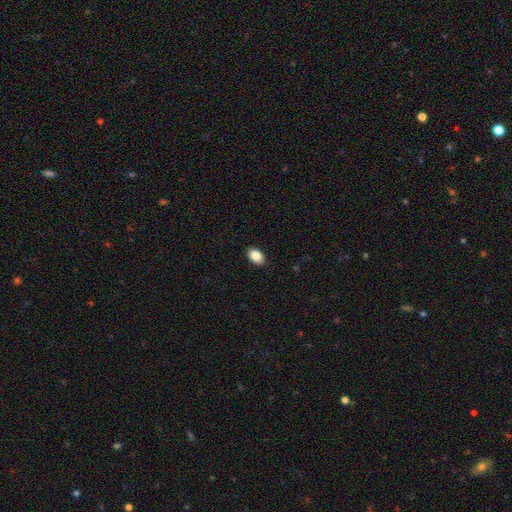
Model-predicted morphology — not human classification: Smooth or featured? smooth (88%)
How rounded? in between (87%)
Merging? none (89%)